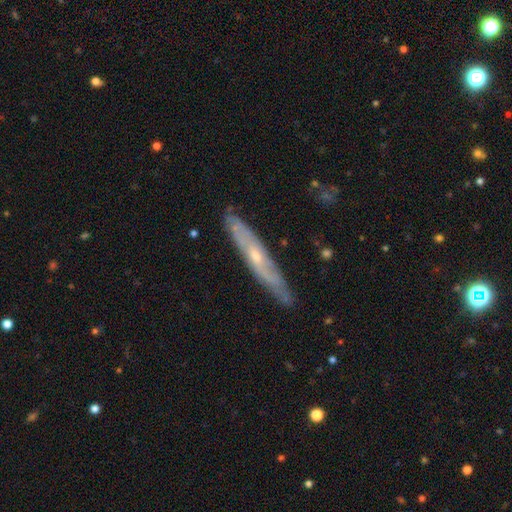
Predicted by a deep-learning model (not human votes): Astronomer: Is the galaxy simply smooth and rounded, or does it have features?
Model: featured or disk — 70%.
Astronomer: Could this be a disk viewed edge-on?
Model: yes — 64%.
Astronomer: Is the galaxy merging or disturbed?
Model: none — 81%.